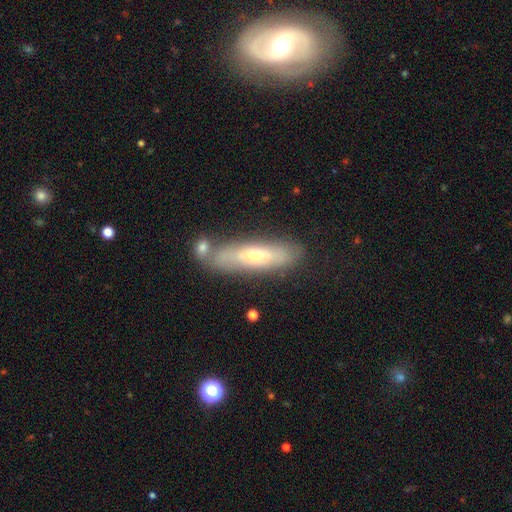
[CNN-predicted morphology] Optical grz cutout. It shows a featured or disk galaxy (52%) viewed edge-on (51%). Merging: none (69%).